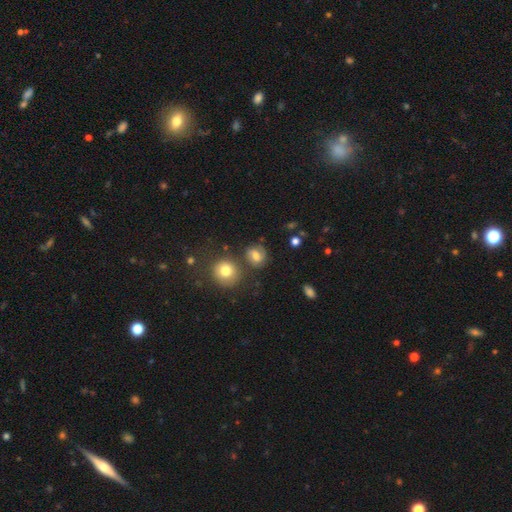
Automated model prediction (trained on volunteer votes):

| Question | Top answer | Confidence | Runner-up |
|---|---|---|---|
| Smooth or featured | smooth | 53% | featured or disk (35%) |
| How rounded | round | 66% | in between (32%) |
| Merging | none | 67% | minor disturbance (17%) |